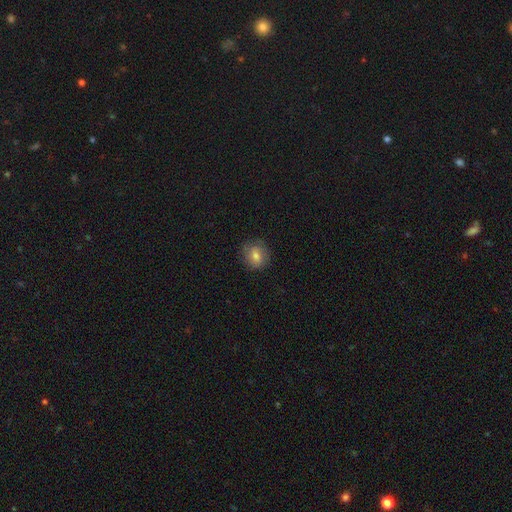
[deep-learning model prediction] A smooth galaxy with no disk features (72%) that is round (76%).

Vote fractions:
- Smooth or featured? smooth: 72% / featured or disk: 17% / star or artifact: 11%
- How rounded? round: 76% / in between: 23% / cigar-shaped: 1%
- Merging? none: 83% / minor disturbance: 13% / major disturbance: 3% / merger: 1%